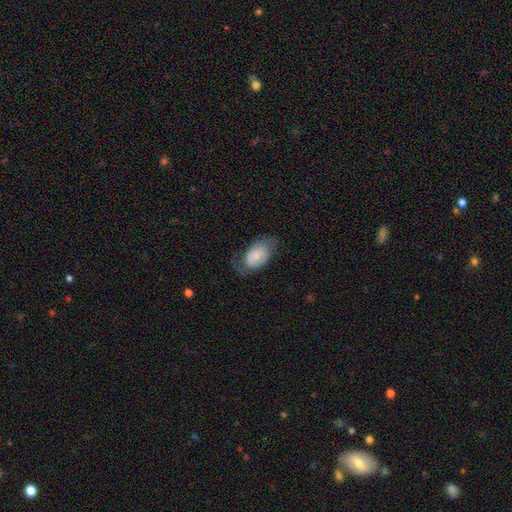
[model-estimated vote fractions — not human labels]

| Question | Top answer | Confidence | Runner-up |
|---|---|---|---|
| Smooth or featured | smooth | 57% | featured or disk (36%) |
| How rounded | in between | 92% | round (6%) |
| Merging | none | 49% | minor disturbance (28%) |